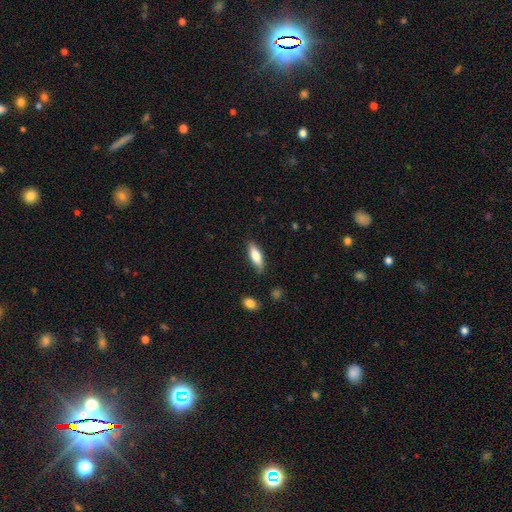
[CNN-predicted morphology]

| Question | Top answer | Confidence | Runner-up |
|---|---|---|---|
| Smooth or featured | smooth | 74% | featured or disk (20%) |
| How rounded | in between | 51% | cigar-shaped (47%) |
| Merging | none | 84% | minor disturbance (12%) |